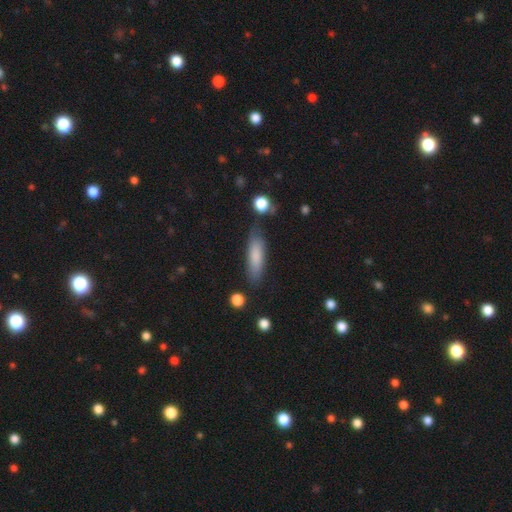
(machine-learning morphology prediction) Smooth or featured?
  - smooth: 79% *
  - featured or disk: 14%
  - star or artifact: 6%
How rounded?
  - cigar-shaped: 62% *
  - in between: 36%
  - round: 2%
Merging?
  - none: 78% *
  - minor disturbance: 15%
  - major disturbance: 4%
  - merger: 3%